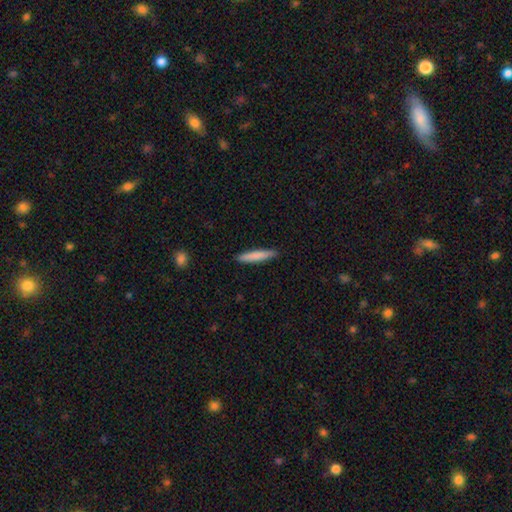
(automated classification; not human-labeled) This is likely a smooth galaxy (80%). How rounded: clearly cigar-shaped (93%). Merging: clearly none (90%).